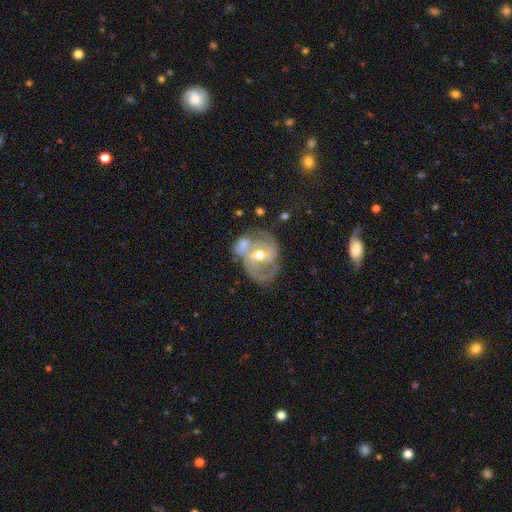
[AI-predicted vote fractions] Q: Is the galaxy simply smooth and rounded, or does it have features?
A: featured or disk — 80%.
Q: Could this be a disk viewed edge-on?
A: no — 96%.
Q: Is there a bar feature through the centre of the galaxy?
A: weak — 41%.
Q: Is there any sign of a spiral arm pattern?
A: yes — 83%.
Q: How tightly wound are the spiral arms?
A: medium — 45%.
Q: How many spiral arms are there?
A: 2 — 63%.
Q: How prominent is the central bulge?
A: moderate — 67%.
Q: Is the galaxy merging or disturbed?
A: none — 40%.